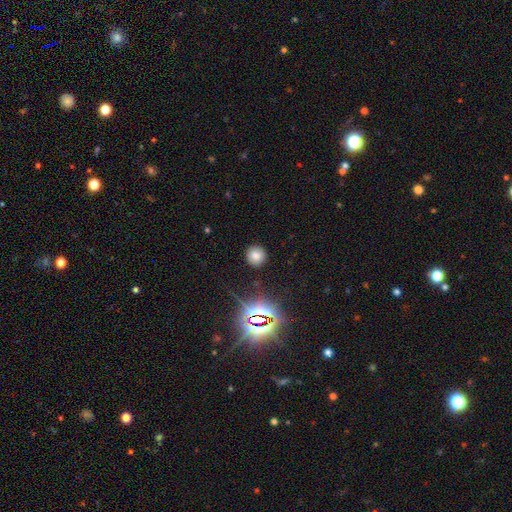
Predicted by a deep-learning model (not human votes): The model was most divided on "smooth or featured": smooth: 74%, star or artifact: 19%, featured or disk: 7%. More confident: how rounded — round (92%); merging — none (89%).